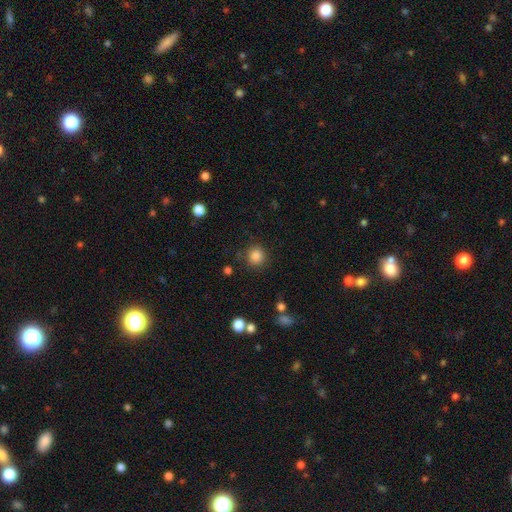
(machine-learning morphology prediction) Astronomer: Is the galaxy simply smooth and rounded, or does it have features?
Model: smooth — 85%.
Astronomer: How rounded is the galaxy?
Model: round — 92%.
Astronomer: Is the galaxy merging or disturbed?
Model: none — 86%.